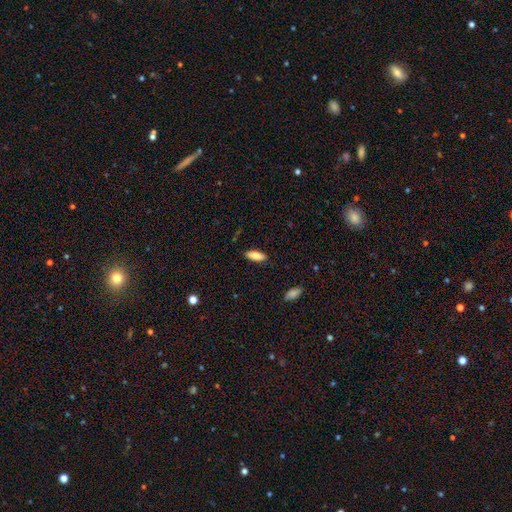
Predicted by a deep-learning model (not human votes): This appears to be a smooth galaxy with no disk features (85%) that is in between round and cigar-shaped (70%). Merging: none (88%).